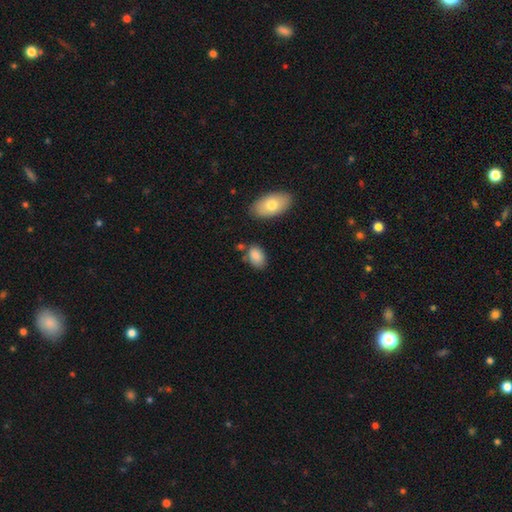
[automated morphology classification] smooth 86%, star or artifact 7%, featured or disk 7%. Down the decision tree: how rounded — in between (90%); merging — none (66%).